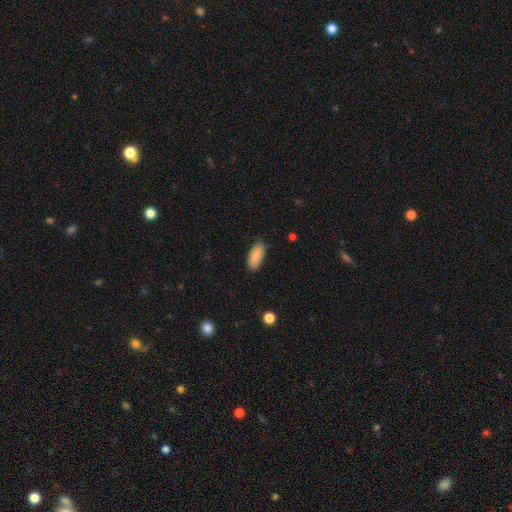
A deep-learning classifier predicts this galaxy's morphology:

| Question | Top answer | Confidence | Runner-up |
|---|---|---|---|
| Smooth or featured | smooth | 88% | star or artifact (6%) |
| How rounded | in between | 85% | cigar-shaped (13%) |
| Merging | none | 85% | minor disturbance (12%) |